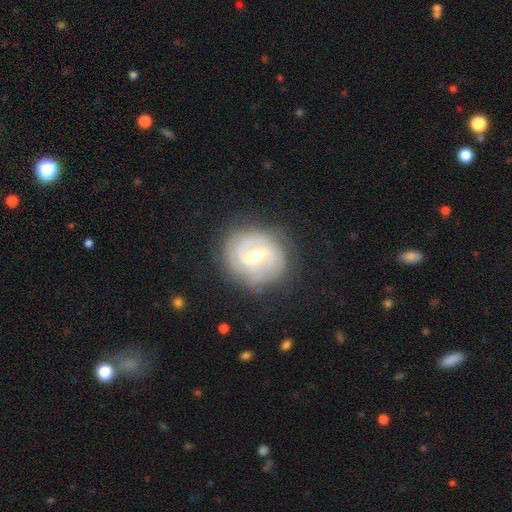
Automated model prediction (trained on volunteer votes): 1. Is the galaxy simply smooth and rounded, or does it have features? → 82% featured or disk, 13% smooth, 6% star or artifact.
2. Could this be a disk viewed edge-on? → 97% no, 3% yes.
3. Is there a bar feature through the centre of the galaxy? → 55% weak, 28% strong, 17% no.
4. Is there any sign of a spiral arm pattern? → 92% yes, 8% no.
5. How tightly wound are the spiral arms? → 59% tight, 32% medium, 9% loose.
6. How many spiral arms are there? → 48% 2, 24% can't tell, 16% 3, 5% 4, 4% 1, 3% more than 4.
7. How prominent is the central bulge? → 54% moderate, 41% small, 3% large, 1% none, 1% dominant.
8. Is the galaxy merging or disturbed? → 79% none, 15% minor disturbance, 5% major disturbance, 1% merger.